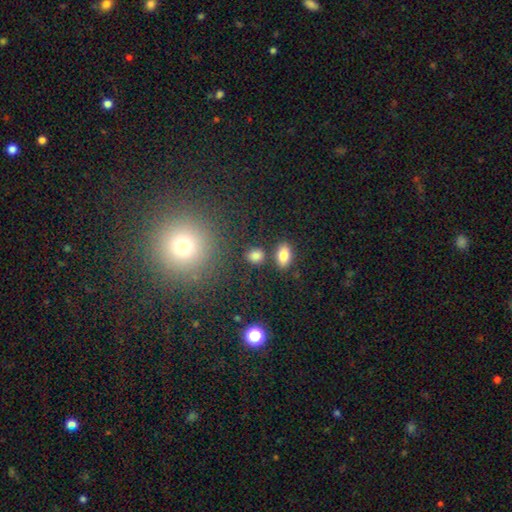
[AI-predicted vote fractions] Q: Smooth or featured?
A: smooth (82%); runner-up: star or artifact (11%)
Q: How rounded?
A: in between (56%); runner-up: round (41%)
Q: Merging?
A: none (78%); runner-up: minor disturbance (10%)